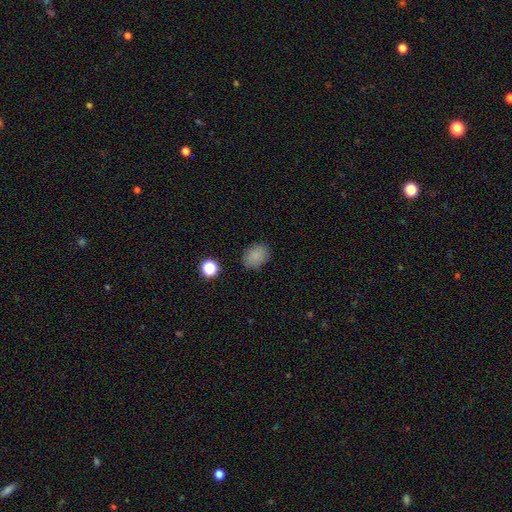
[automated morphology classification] This is clearly a smooth galaxy (84%). How rounded: likely in between (62%). Merging: clearly none (85%).